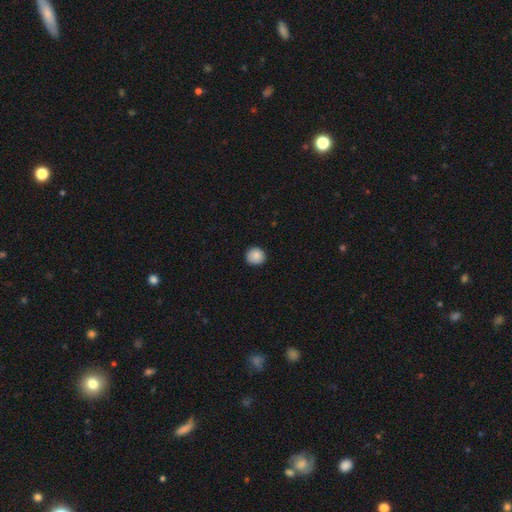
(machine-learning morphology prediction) A smooth galaxy with no disk features (87%) that is round (89%).

Vote fractions:
- Smooth or featured? smooth: 87% / star or artifact: 8% / featured or disk: 5%
- How rounded? round: 89% / in between: 10% / cigar-shaped: 1%
- Merging? none: 89% / minor disturbance: 9% / major disturbance: 2% / merger: 1%